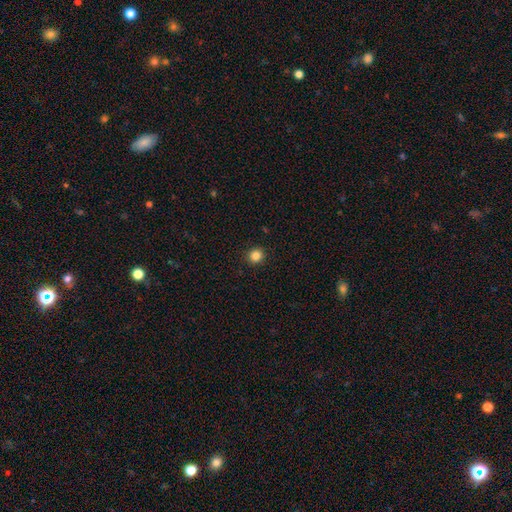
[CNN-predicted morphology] smooth 85%, star or artifact 12%, featured or disk 4%. Down the decision tree: how rounded — round (89%); merging — none (92%).